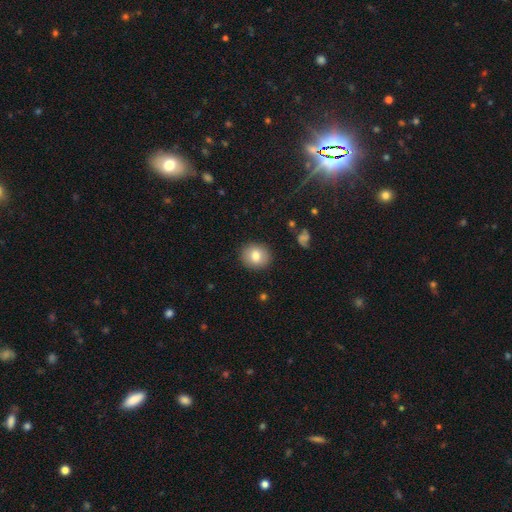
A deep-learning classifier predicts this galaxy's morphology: A smooth galaxy with no disk features (79%) that is round (81%). Merging: none (90%).